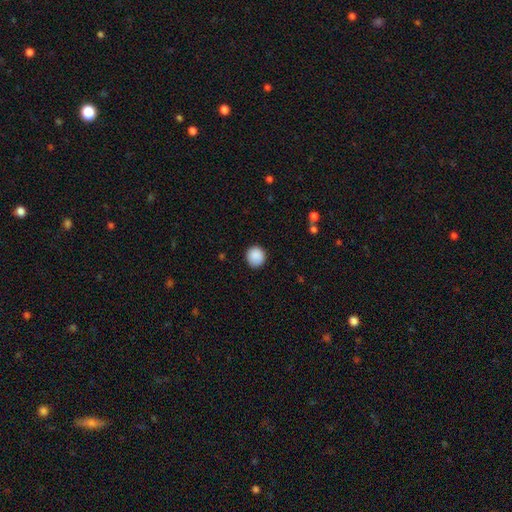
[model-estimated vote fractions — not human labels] Morphology: type=smooth (89%); roundness=round (92%); merging=none (91%).